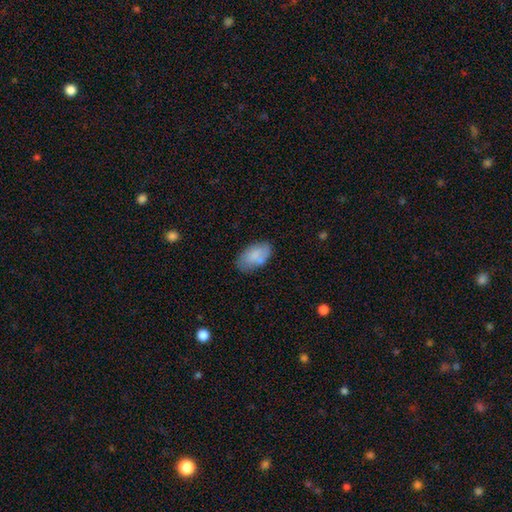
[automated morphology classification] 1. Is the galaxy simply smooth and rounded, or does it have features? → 78% smooth, 15% featured or disk, 7% star or artifact.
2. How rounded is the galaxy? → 94% in between, 4% round, 2% cigar-shaped.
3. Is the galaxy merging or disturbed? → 69% none, 23% minor disturbance, 5% major disturbance, 3% merger.